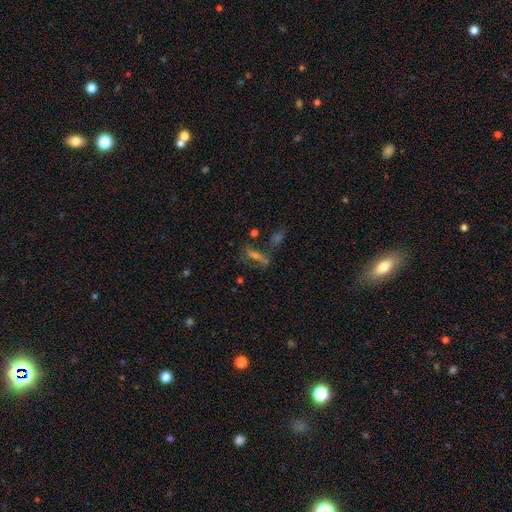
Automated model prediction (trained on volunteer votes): smooth-or-featured: smooth: 48% | featured or disk: 33% | star or artifact: 19%
  merging: none: 44% | merger: 23% | major disturbance: 17% | minor disturbance: 17%